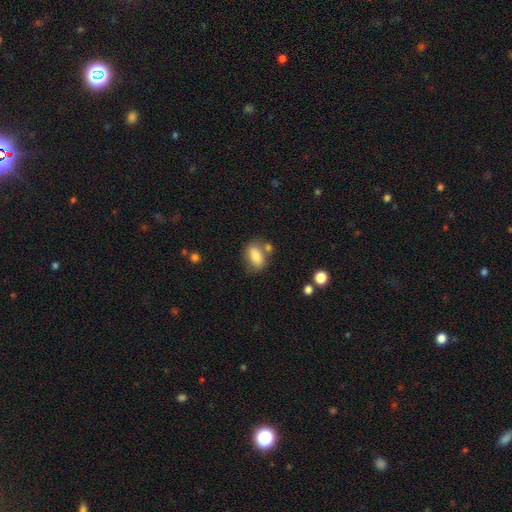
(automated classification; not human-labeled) This appears to be a smooth galaxy with no disk features (79%) that is in between round and cigar-shaped (82%). Merging: none (61%).